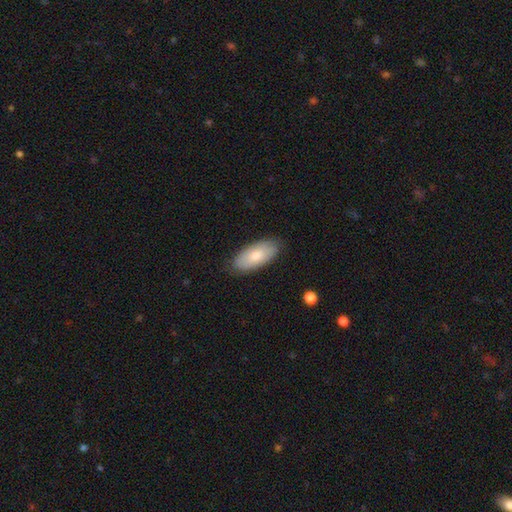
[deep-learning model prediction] smooth-or-featured: smooth: 78% | featured or disk: 17% | star or artifact: 5%
  how-rounded: in between: 91% | cigar-shaped: 8% | round: 2%
  merging: none: 84% | minor disturbance: 13% | major disturbance: 2% | merger: 1%